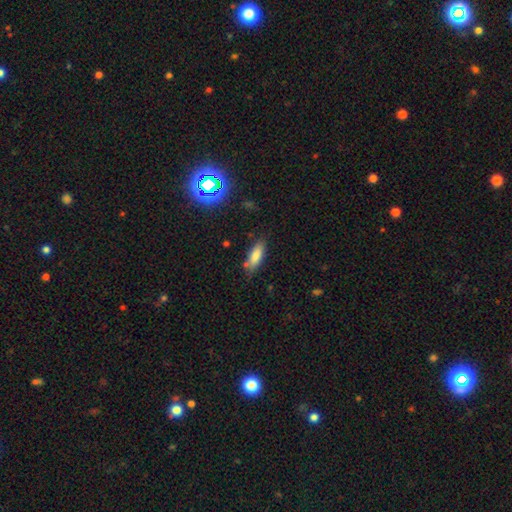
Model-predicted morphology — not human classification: smooth_or_featured: smooth (p=0.80) [alt: featured or disk p=0.11]
how_rounded: in between (p=0.65) [alt: cigar-shaped p=0.33]
merging: none (p=0.74) [alt: minor disturbance p=0.18]